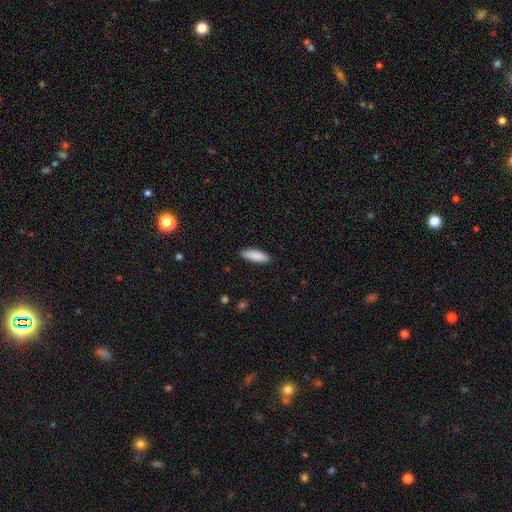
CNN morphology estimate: Smooth or featured? smooth (89%)
How rounded? cigar-shaped (49%, tied with in between)
Merging? none (90%)